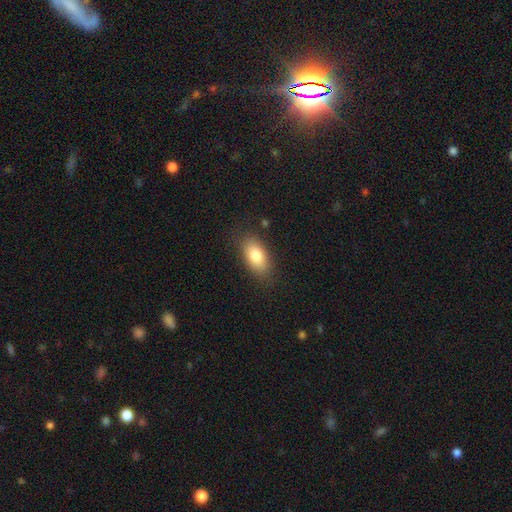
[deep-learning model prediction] This is clearly a smooth galaxy (80%). How rounded: clearly in between (90%). Merging: clearly none (83%).